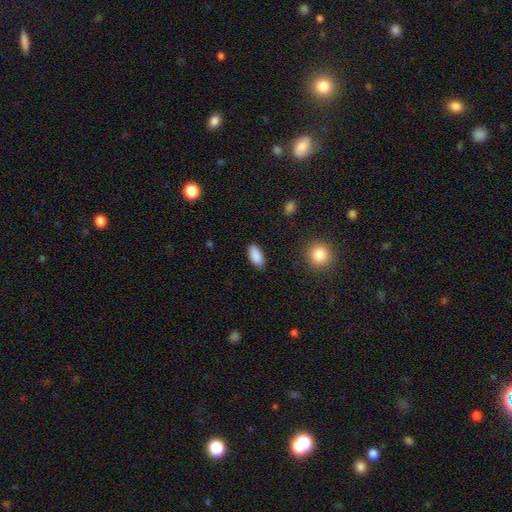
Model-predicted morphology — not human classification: A smooth galaxy with no disk features (89%) that is in between round and cigar-shaped (88%).

Vote fractions:
- Smooth or featured? smooth: 89% / star or artifact: 7% / featured or disk: 4%
- How rounded? in between: 88% / cigar-shaped: 9% / round: 2%
- Merging? none: 86% / minor disturbance: 10% / major disturbance: 2% / merger: 1%